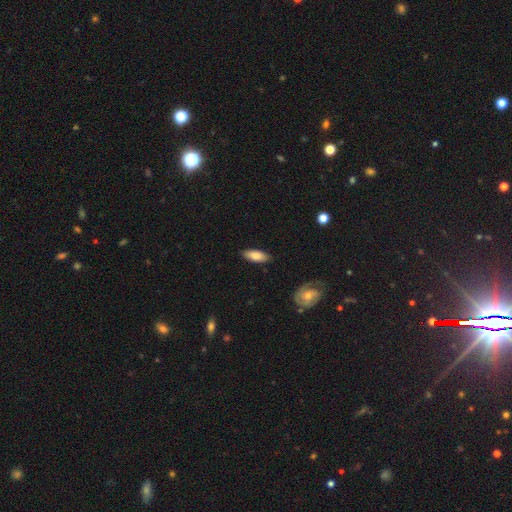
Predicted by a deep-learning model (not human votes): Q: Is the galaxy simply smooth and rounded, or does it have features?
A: smooth — 82%.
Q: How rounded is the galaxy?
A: in between — 77%.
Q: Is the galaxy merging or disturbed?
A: none — 85%.